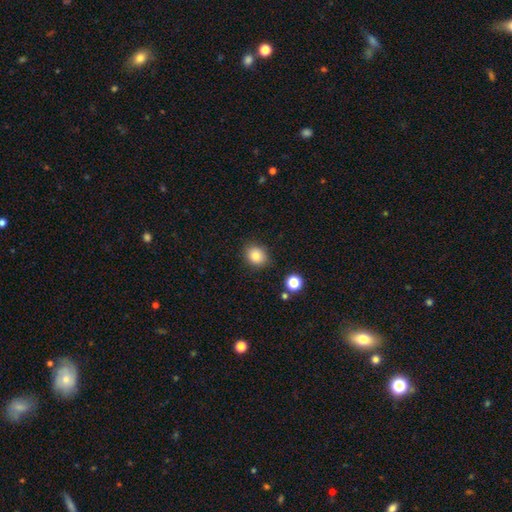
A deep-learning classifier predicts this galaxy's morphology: A smooth galaxy with no disk features (83%) that is round (66%).

Vote fractions:
- Smooth or featured? smooth: 83% / star or artifact: 11% / featured or disk: 6%
- How rounded? round: 66% / in between: 33% / cigar-shaped: 1%
- Merging? none: 85% / minor disturbance: 10% / major disturbance: 3% / merger: 2%